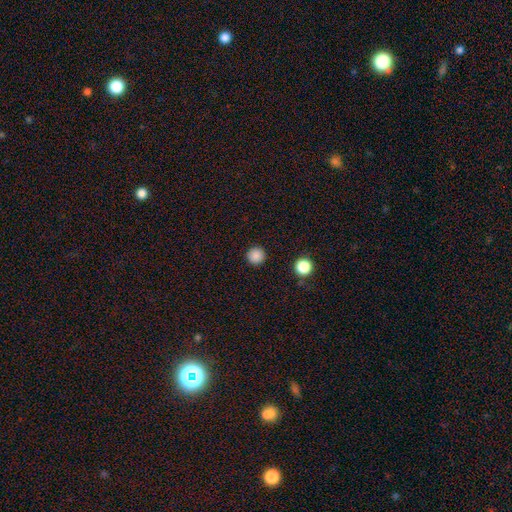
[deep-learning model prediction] Smooth or featured? smooth (86%)
How rounded? round (96%)
Merging? none (93%)